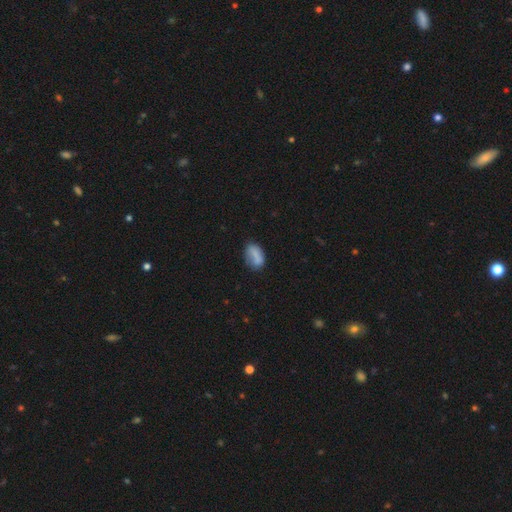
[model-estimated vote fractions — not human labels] Smooth or featured?
  - smooth: 76% *
  - featured or disk: 16%
  - star or artifact: 9%
How rounded?
  - in between: 86% *
  - round: 11%
  - cigar-shaped: 3%
Merging?
  - none: 57% *
  - minor disturbance: 27%
  - major disturbance: 10%
  - merger: 6%